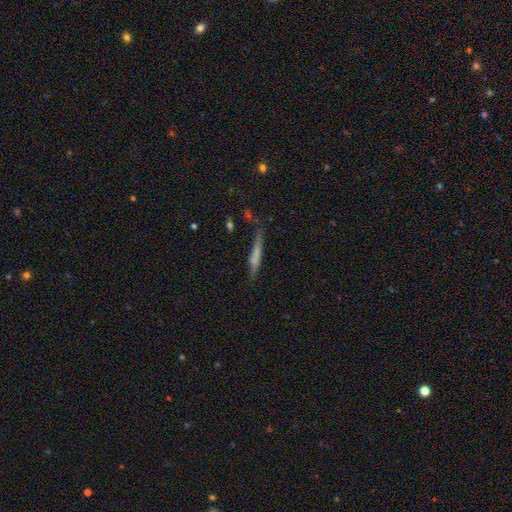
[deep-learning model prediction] Smooth or featured?
  - smooth: 56% *
  - featured or disk: 36%
  - star or artifact: 8%
How rounded?
  - cigar-shaped: 91% *
  - in between: 7%
  - round: 2%
Merging?
  - none: 65% *
  - minor disturbance: 23%
  - major disturbance: 8%
  - merger: 5%